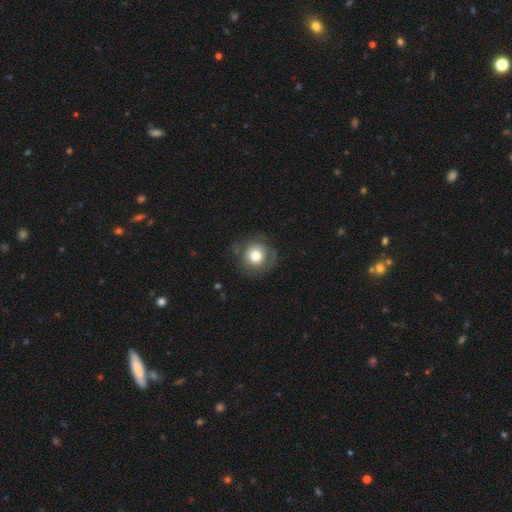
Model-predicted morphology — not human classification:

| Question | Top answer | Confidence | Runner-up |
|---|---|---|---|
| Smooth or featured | smooth | 72% | featured or disk (19%) |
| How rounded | round | 92% | in between (7%) |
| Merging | none | 72% | minor disturbance (17%) |